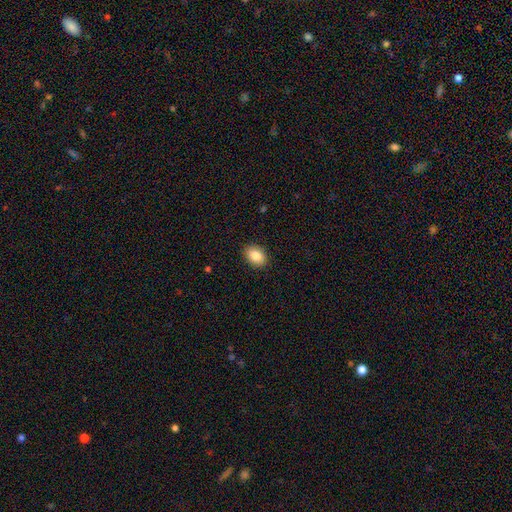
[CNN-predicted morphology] Smooth or featured? Predicted: smooth (p=0.86). How rounded? Predicted: in between (p=0.79). Merging? Predicted: none (p=0.90).